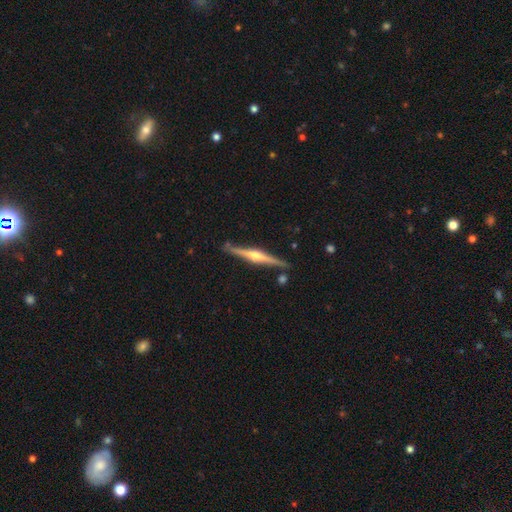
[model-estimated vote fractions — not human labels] Smooth or featured? Predicted: featured or disk (p=0.78). Edge-on disk? Predicted: yes (p=0.98). Edge-on bulge? Predicted: rounded (p=0.89). Merging? Predicted: none (p=0.84).